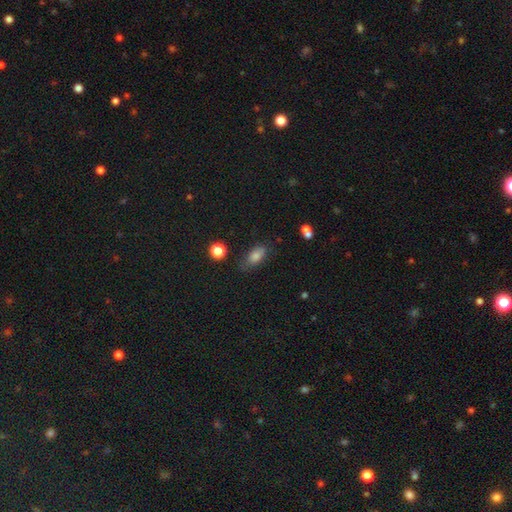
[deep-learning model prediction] A smooth galaxy with no disk features (73%) that is in between round and cigar-shaped (82%). Merging: none (73%).